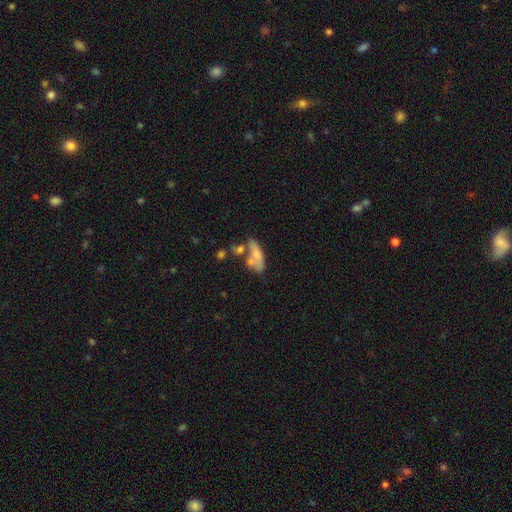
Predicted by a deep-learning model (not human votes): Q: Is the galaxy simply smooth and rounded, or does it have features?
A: smooth — 60%.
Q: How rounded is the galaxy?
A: in between — 68%.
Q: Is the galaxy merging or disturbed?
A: merger — 37%.